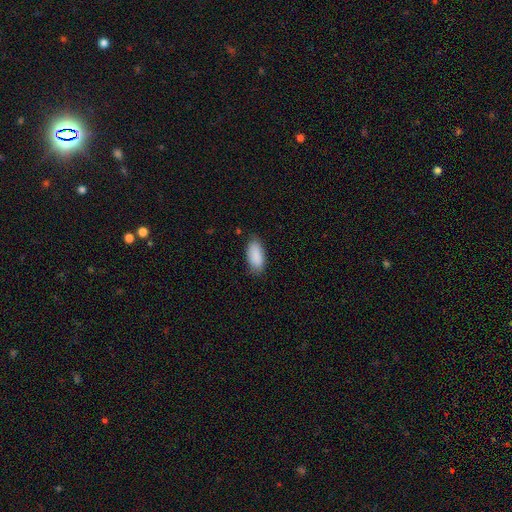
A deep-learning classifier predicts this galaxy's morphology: Smooth or featured: smooth — 89% (star or artifact — 6%)
How rounded: in between — 90% (cigar-shaped — 8%)
Merging: none — 80% (minor disturbance — 16%)